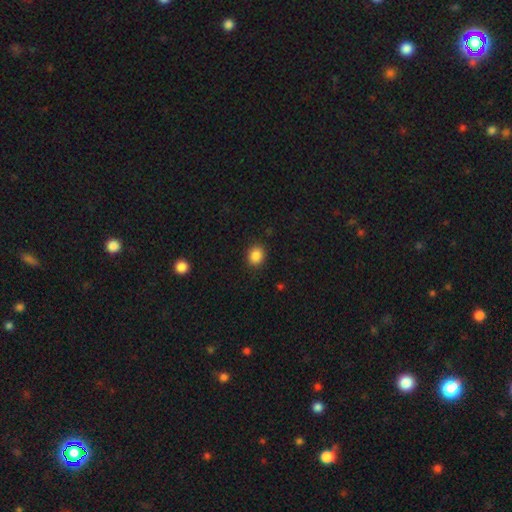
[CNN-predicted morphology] A smooth galaxy with no disk features (88%) that is round (66%).

Vote fractions:
- Smooth or featured? smooth: 88% / star or artifact: 9% / featured or disk: 3%
- How rounded? round: 66% / in between: 33% / cigar-shaped: 1%
- Merging? none: 88% / minor disturbance: 8% / major disturbance: 3% / merger: 1%